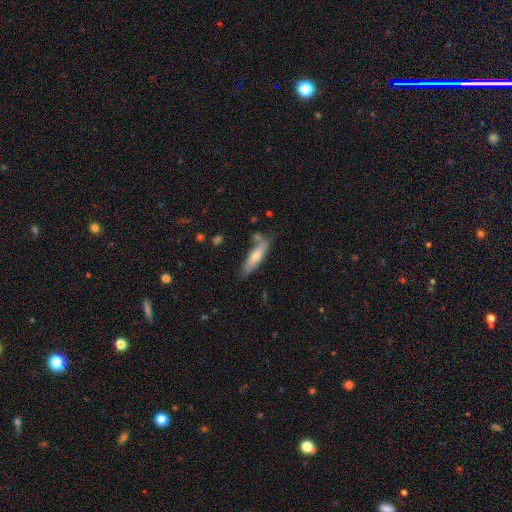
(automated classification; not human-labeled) smooth-or-featured: smooth: 57% | featured or disk: 36% | star or artifact: 7%
  how-rounded: cigar-shaped: 69% | in between: 29% | round: 2%
  merging: none: 57% | minor disturbance: 26% | major disturbance: 9% | merger: 9%